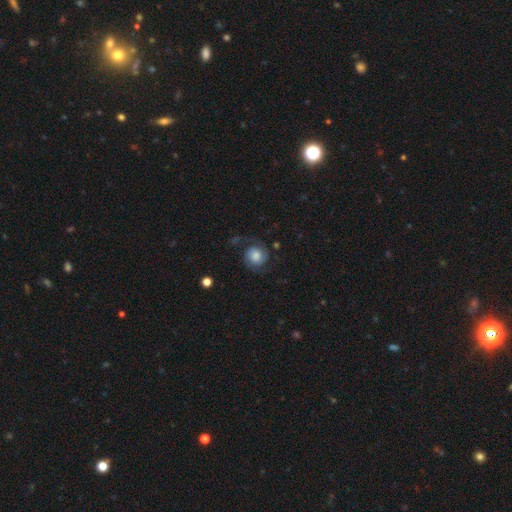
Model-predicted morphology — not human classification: featured or disk 56%, smooth 36%, star or artifact 9%. Down the decision tree: edge-on disk — no (97%); bar — no (73%); spiral arms — yes (92%); bulge size — large (37%); merging — none (65%).